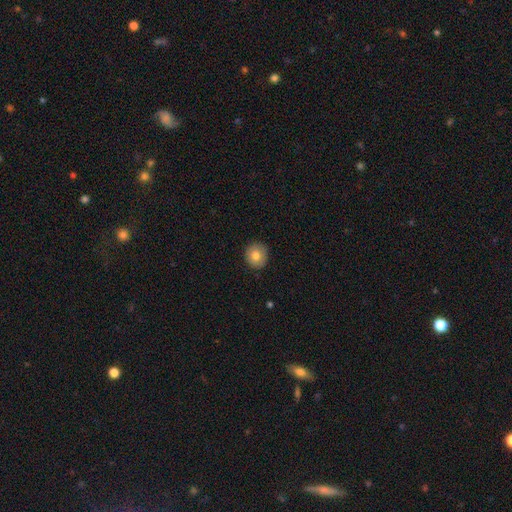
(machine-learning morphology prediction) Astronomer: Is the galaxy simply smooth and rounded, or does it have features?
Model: smooth — 80%.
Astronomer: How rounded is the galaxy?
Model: round — 88%.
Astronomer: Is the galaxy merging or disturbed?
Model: none — 88%.